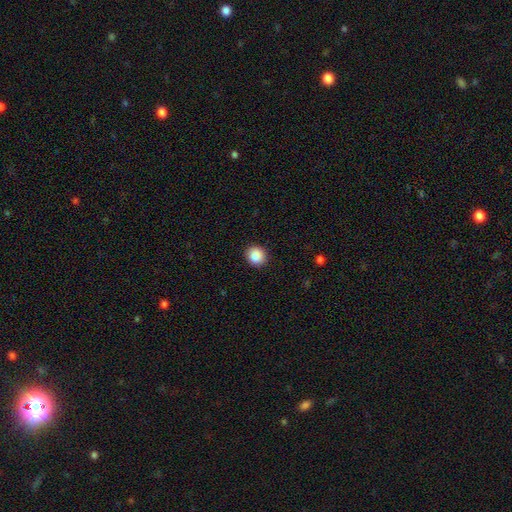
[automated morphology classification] smooth_or_featured: smooth (p=0.88) [alt: star or artifact p=0.09]
how_rounded: round (p=0.89) [alt: in between p=0.10]
merging: none (p=0.92) [alt: minor disturbance p=0.05]